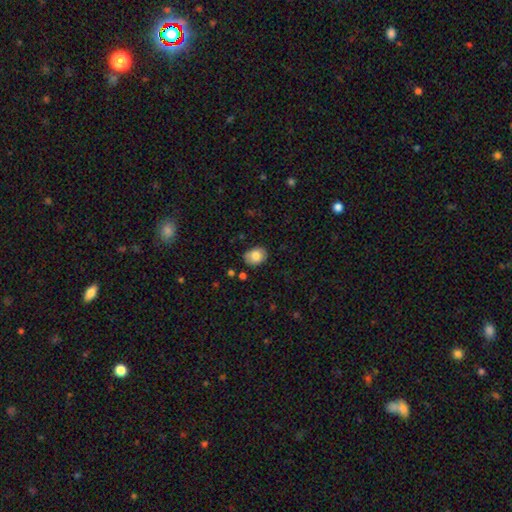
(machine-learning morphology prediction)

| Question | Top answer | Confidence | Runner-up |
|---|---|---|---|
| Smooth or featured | smooth | 80% | featured or disk (12%) |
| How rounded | in between | 66% | round (34%) |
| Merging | none | 81% | minor disturbance (14%) |